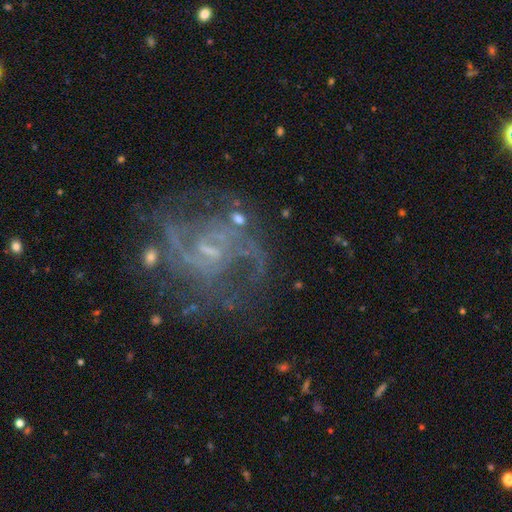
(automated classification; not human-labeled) Smooth or featured: featured or disk — 84% (star or artifact — 10%)
Edge-on disk: no — 98% (yes — 2%)
Bar: weak — 56% (no — 26%)
Spiral arms: yes — 91% (no — 9%)
Spiral winding: medium — 51% (tight — 29%)
Spiral arm count: 2 — 49% (can't tell — 22%)
Bulge size: small — 52% (none — 30%)
Merging: none — 59% (minor disturbance — 18%)